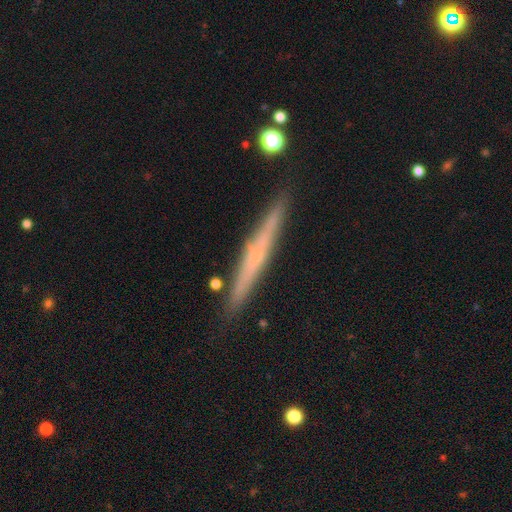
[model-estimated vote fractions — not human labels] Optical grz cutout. It shows a featured or disk galaxy (58%) viewed edge-on (96%) with no central bulge (71%). Merging: none (87%).